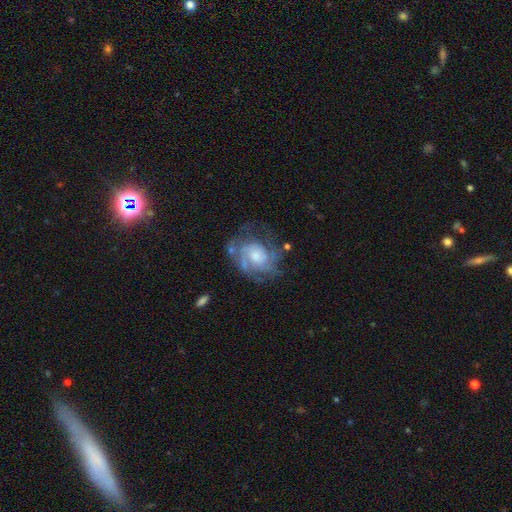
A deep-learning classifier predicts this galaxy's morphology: Smooth or featured: featured or disk — 76% (smooth — 17%)
Edge-on disk: no — 98% (yes — 2%)
Bar: no — 74% (weak — 23%)
Spiral arms: yes — 86% (no — 14%)
Spiral winding: tight — 49% (medium — 37%)
Spiral arm count: can't tell — 41% (2 — 22%)
Bulge size: small — 44% (moderate — 40%)
Merging: none — 55% (minor disturbance — 22%)